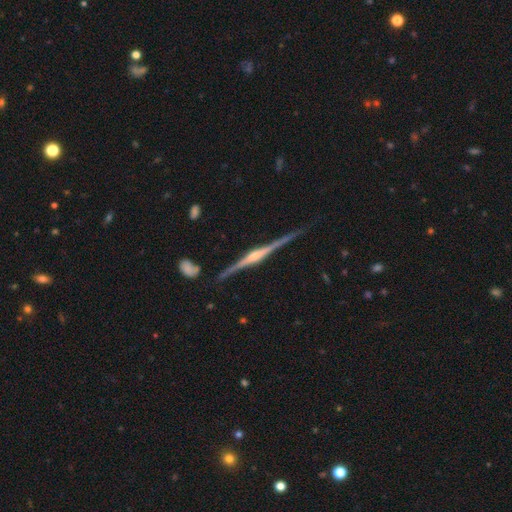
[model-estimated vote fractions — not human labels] Overall: featured or disk (87%). Edge-on disk: yes (98%). Edge-on bulge: rounded (73%). Merging: none (85%).